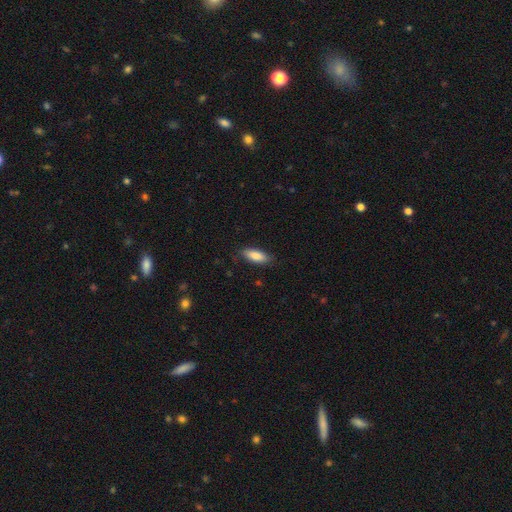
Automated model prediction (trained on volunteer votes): smooth-or-featured: smooth: 85% | featured or disk: 8% | star or artifact: 6%
  how-rounded: in between: 74% | cigar-shaped: 24% | round: 2%
  merging: none: 82% | minor disturbance: 14% | major disturbance: 3% | merger: 1%